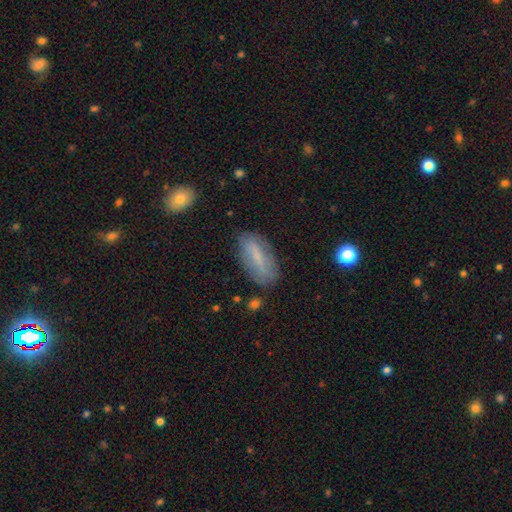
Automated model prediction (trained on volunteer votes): Morphology: type=smooth (58%); roundness=in between (68%); merging=none (79%).